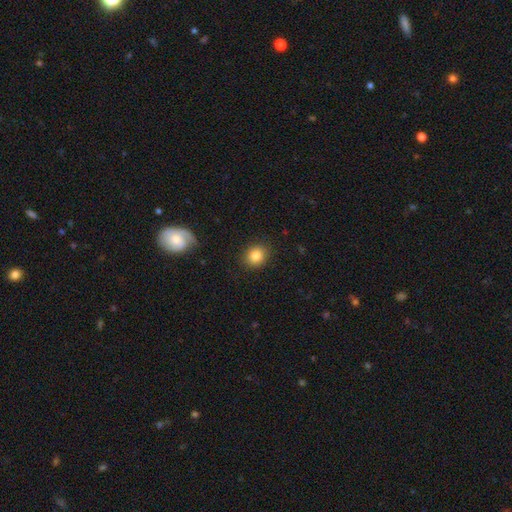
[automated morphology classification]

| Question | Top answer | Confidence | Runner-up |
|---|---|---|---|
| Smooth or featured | smooth | 83% | star or artifact (10%) |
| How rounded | round | 72% | in between (27%) |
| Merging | none | 89% | minor disturbance (8%) |